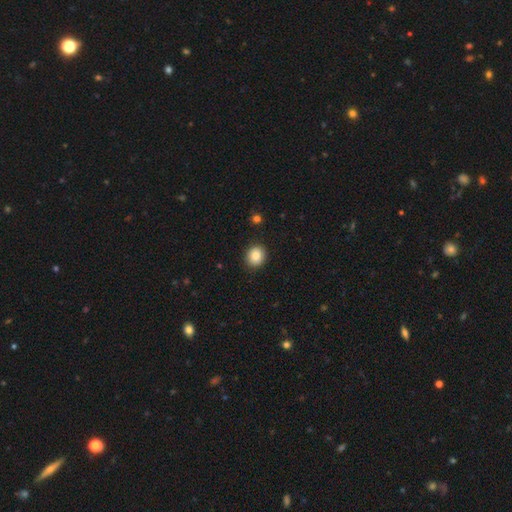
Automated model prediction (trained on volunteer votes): Smooth or featured? smooth (86%)
How rounded? round (79%)
Merging? none (90%)